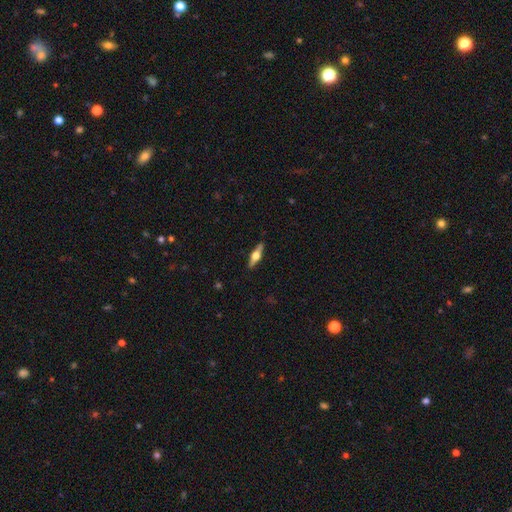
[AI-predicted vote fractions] Overall: featured or disk (66%; smooth 27%). Edge-on disk: yes (96%). Edge-on bulge: rounded (94%). Merging: none (88%).